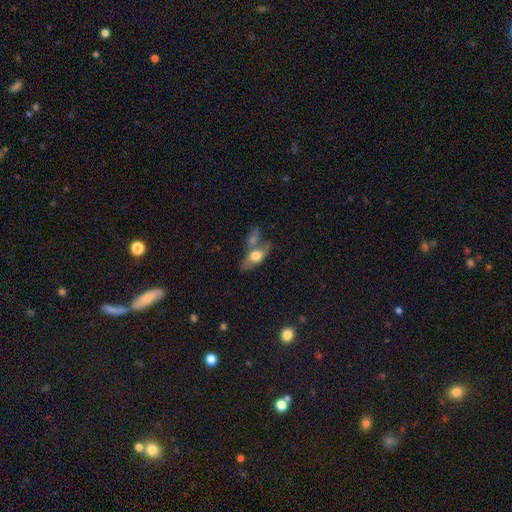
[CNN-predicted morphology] type=smooth (57%); roundness=in between (72%); merging=none (43%).